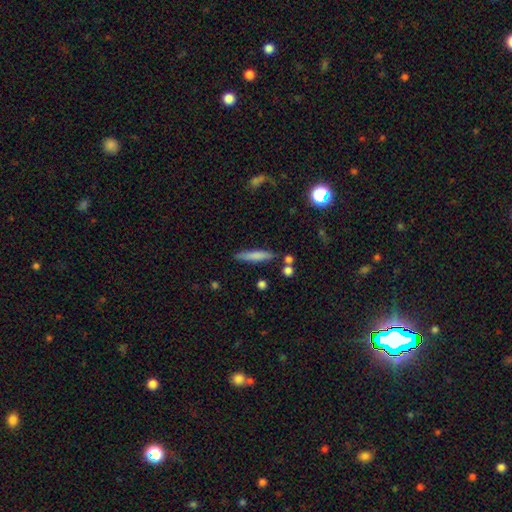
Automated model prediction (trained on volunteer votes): A smooth galaxy with no disk features (74%) that is cigar-shaped (87%). Merging: none (80%).